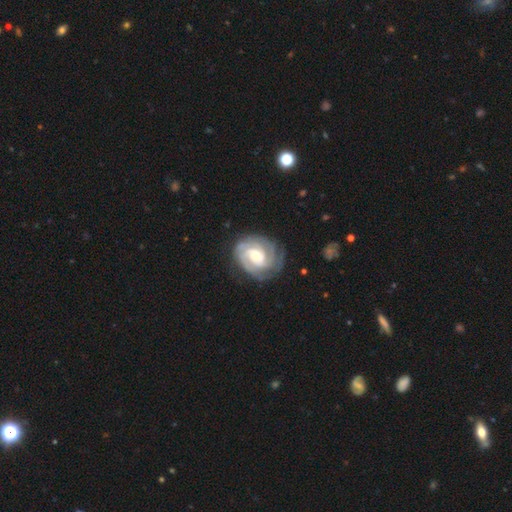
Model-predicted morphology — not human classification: smooth-or-featured: featured or disk: 86% | smooth: 9% | star or artifact: 5%
  disk-edge-on: no: 98% | yes: 2%
    bar: no: 57% | weak: 34% | strong: 9%
    has-spiral-arms: yes: 97% | no: 3%
      spiral-winding: tight: 70% | medium: 26% | loose: 5%
      spiral-arm-count: 2: 30% | 3: 26% | can't tell: 25% | 4: 9% | 1: 5% | more than 4: 5%
    bulge-size: moderate: 51% | small: 35% | large: 11% | none: 2% | dominant: 1%
  merging: none: 75% | minor disturbance: 16% | major disturbance: 7% | merger: 1%